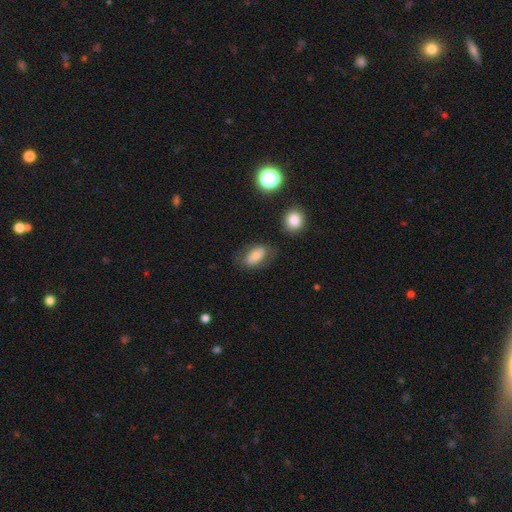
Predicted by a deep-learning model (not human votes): smooth-or-featured: smooth: 74% | featured or disk: 17% | star or artifact: 9%
  how-rounded: in between: 90% | round: 7% | cigar-shaped: 3%
  merging: none: 68% | minor disturbance: 19% | major disturbance: 9% | merger: 4%